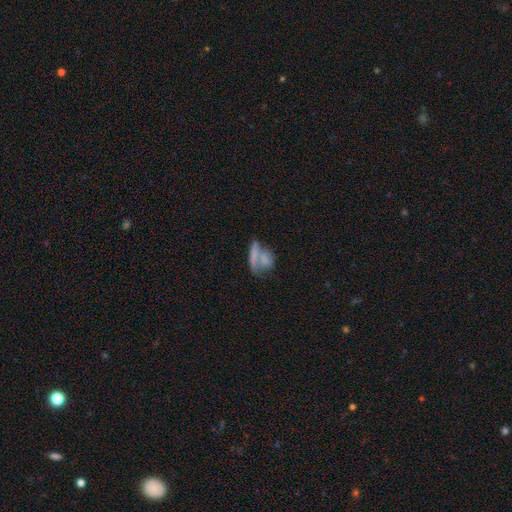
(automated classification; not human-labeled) This appears to be a smooth galaxy with no disk features (61%) that is in between round and cigar-shaped (52%). Merging: merger (50%).